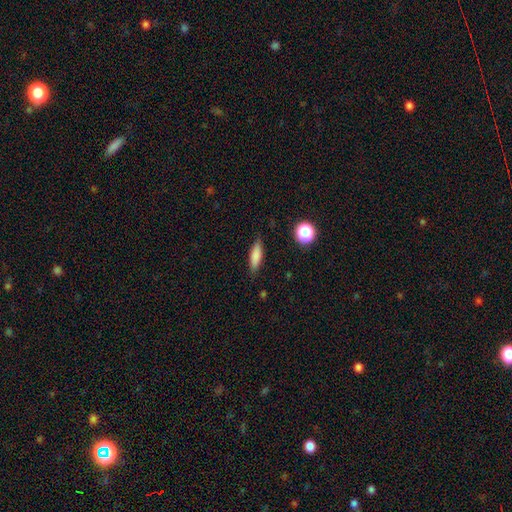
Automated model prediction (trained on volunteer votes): Smooth or featured?
  - smooth: 80% *
  - featured or disk: 11%
  - star or artifact: 8%
How rounded?
  - cigar-shaped: 53% *
  - in between: 44%
  - round: 3%
Merging?
  - none: 84% *
  - minor disturbance: 12%
  - major disturbance: 3%
  - merger: 1%